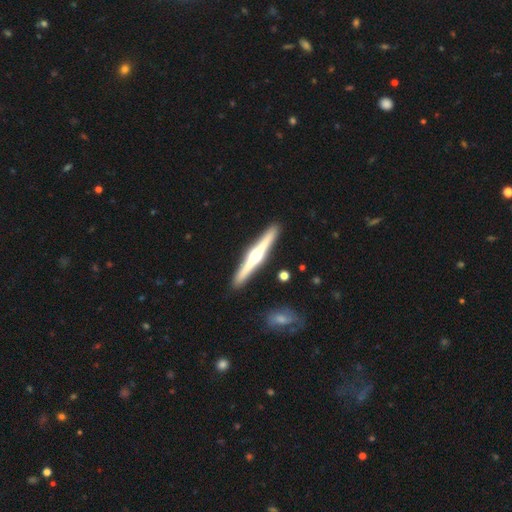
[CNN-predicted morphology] Overall: featured or disk (75%). Edge-on disk: yes (98%). Edge-on bulge: rounded (94%). Merging: none (92%).